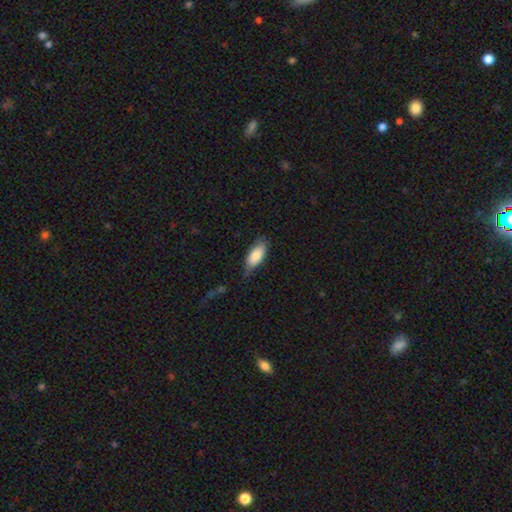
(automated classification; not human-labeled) A smooth galaxy with no disk features (82%) that is in between round and cigar-shaped (83%). Merging: none (69%).